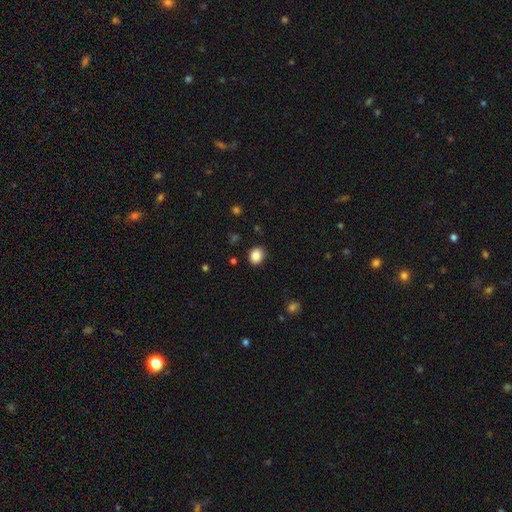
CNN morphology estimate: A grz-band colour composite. It shows a smooth galaxy with no disk features (87%) that is round (64%). Merging: none (90%).